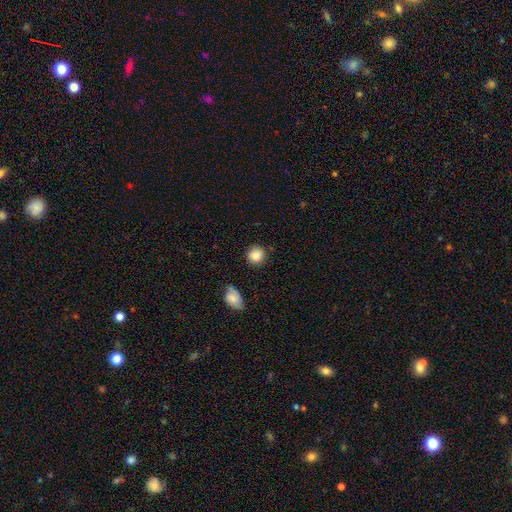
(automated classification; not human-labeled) This appears to be a smooth galaxy with no disk features (85%) that is round (88%). Merging: none (84%).